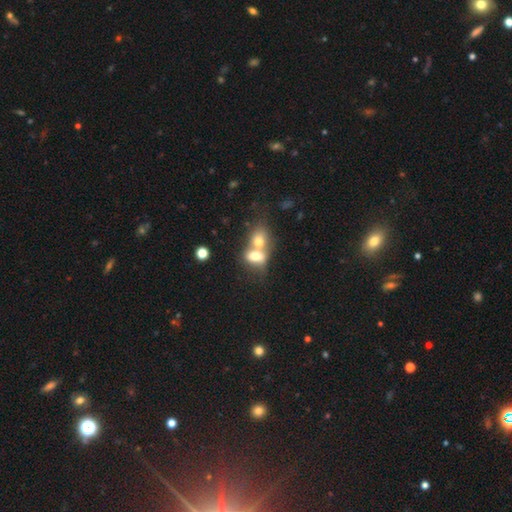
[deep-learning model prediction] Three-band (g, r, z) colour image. It shows a smooth galaxy with no disk features (70%) that is in between round and cigar-shaped (73%). Merging: merger (74%).